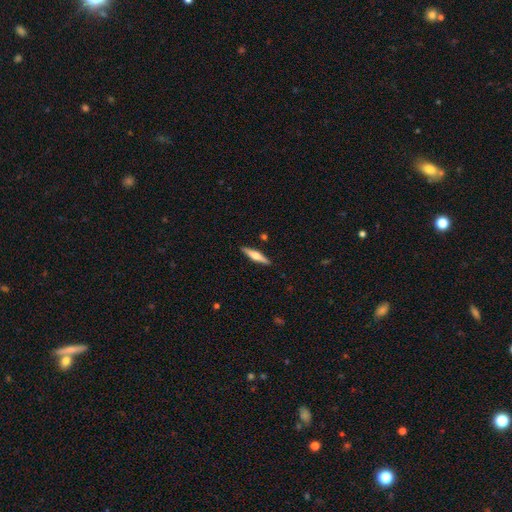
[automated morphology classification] Q: Smooth or featured?
A: featured or disk (59%); runner-up: smooth (36%)
Q: Edge-on disk?
A: yes (97%); runner-up: no (3%)
Q: Edge-on bulge?
A: rounded (87%); runner-up: boxy (8%)
Q: Merging?
A: none (90%); runner-up: minor disturbance (7%)